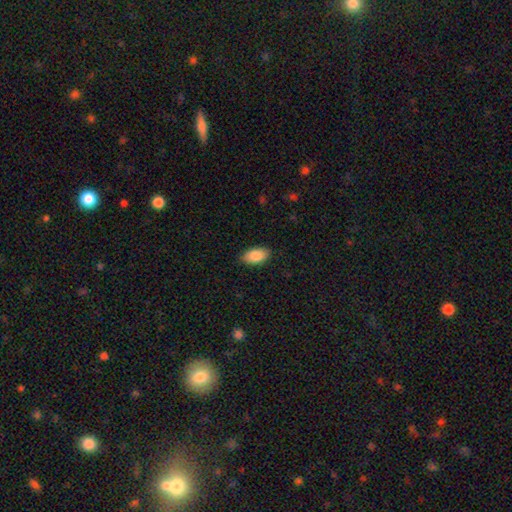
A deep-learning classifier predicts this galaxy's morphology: smooth_or_featured: smooth (p=0.88) [alt: star or artifact p=0.06]
how_rounded: in between (p=0.94) [alt: round p=0.03]
merging: none (p=0.87) [alt: minor disturbance p=0.10]